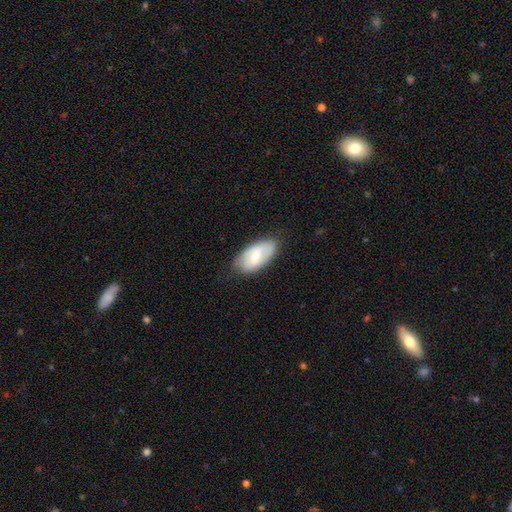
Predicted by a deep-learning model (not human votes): A smooth galaxy with no disk features (61%) that is in between round and cigar-shaped (93%).

Vote fractions:
- Smooth or featured? smooth: 61% / featured or disk: 33% / star or artifact: 6%
- How rounded? in between: 93% / cigar-shaped: 4% / round: 3%
- Merging? none: 74% / minor disturbance: 20% / major disturbance: 4% / merger: 1%